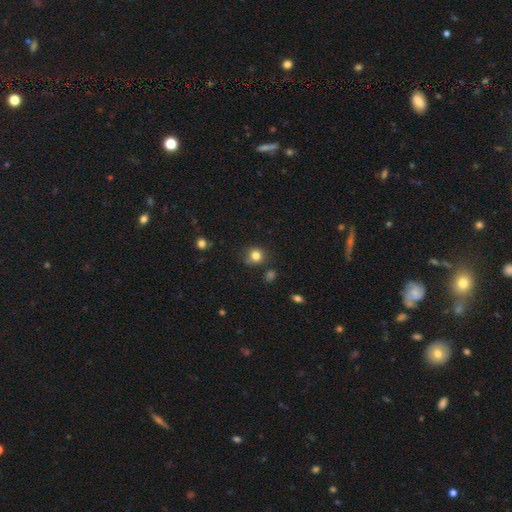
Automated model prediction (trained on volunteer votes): This appears to be a smooth galaxy with no disk features (80%) that is round (82%). Merging: none (72%).